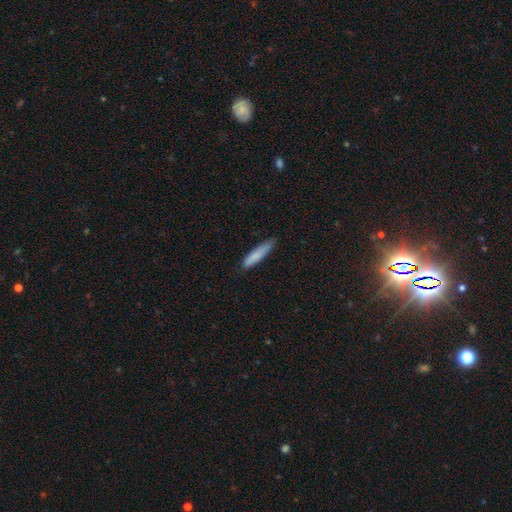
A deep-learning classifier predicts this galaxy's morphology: This is clearly a smooth galaxy (83%). How rounded: clearly cigar-shaped (86%). Merging: likely none (76%).